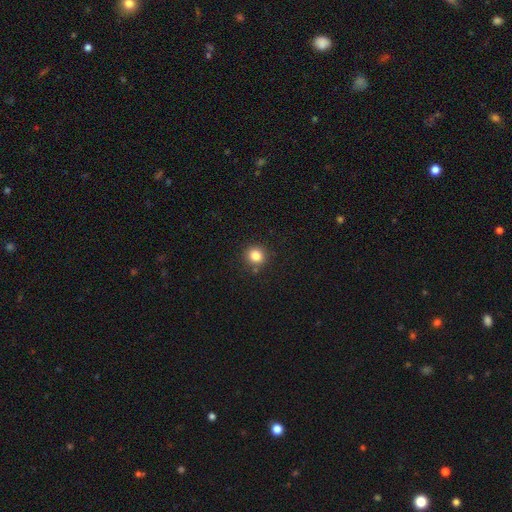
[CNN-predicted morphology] smooth-or-featured: smooth: 83% | star or artifact: 12% | featured or disk: 5%
  how-rounded: round: 90% | in between: 9% | cigar-shaped: 1%
  merging: none: 87% | minor disturbance: 8% | merger: 3% | major disturbance: 2%